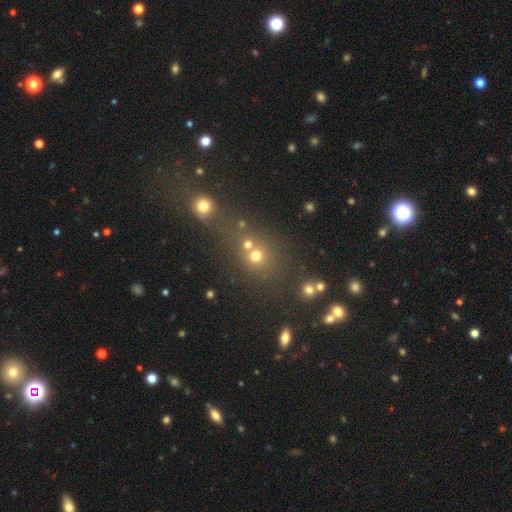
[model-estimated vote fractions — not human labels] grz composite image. It shows a smooth galaxy with no disk features (66%) that is round (83%). Merging: none (51%).